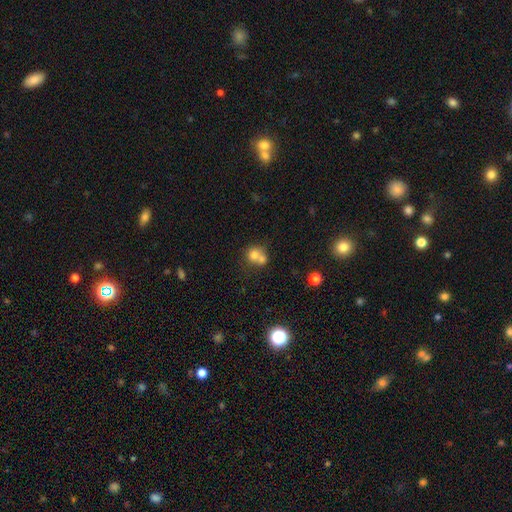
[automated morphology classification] Overall: smooth (71%). How rounded: round (76%). Merging: merger (59%; none 30%).